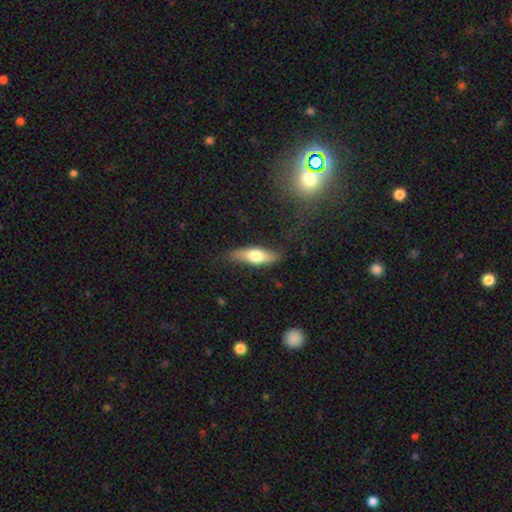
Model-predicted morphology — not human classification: This is possibly a smooth galaxy (60%). How rounded: possibly cigar-shaped (50%). Merging: clearly none (80%).